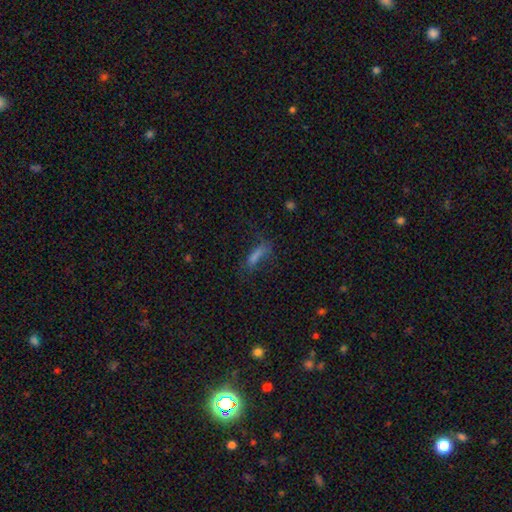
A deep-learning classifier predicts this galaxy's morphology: type=smooth (62%); roundness=cigar-shaped (65%); merging=none (55%).